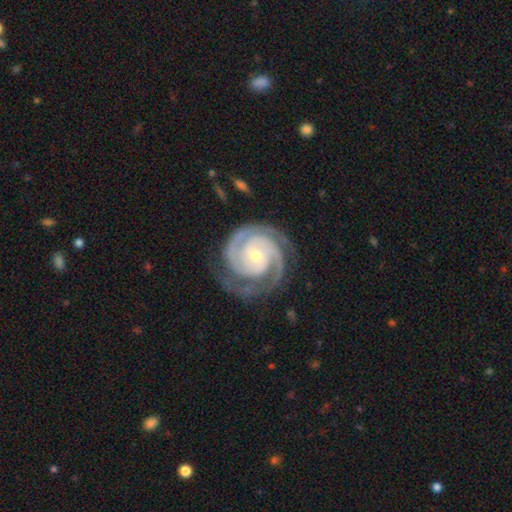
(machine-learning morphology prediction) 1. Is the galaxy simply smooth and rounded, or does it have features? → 94% featured or disk, 3% star or artifact, 3% smooth.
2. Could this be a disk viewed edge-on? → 98% no, 2% yes.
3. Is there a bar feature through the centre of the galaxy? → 62% no, 25% weak, 13% strong.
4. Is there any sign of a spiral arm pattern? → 99% yes, 1% no.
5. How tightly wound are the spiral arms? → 79% tight, 19% medium, 2% loose.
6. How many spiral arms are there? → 59% 2, 24% 3, 6% can't tell, 4% 4, 3% 1, 3% more than 4.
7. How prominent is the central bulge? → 59% small, 38% moderate, 1% large, 1% none, 1% dominant.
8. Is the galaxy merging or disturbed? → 77% none, 16% minor disturbance, 6% major disturbance, 1% merger.